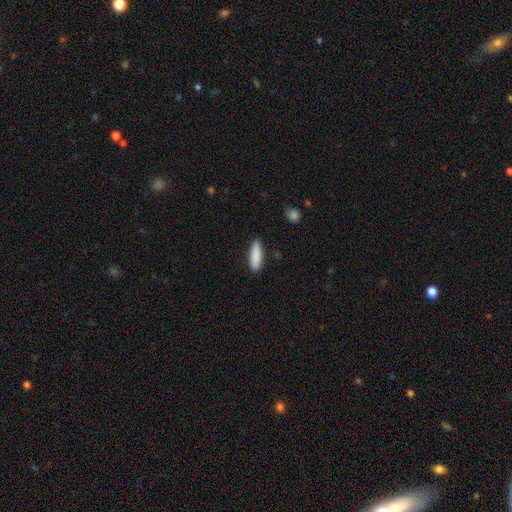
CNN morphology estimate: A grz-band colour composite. It shows a smooth galaxy with no disk features (88%) that is cigar-shaped (61%). Merging: none (88%).